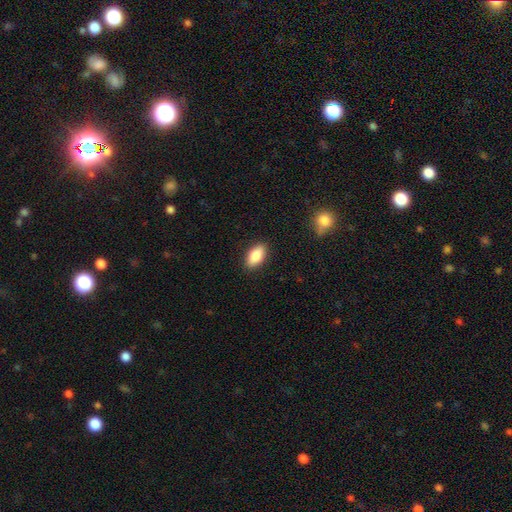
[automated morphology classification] type=smooth (85%); roundness=in between (91%); merging=none (89%).